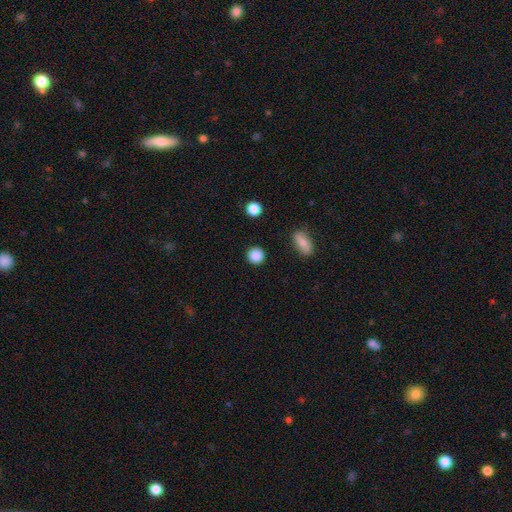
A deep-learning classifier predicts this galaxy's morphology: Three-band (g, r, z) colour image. It shows a smooth galaxy with no disk features (87%) that is round (93%). Merging: none (90%).